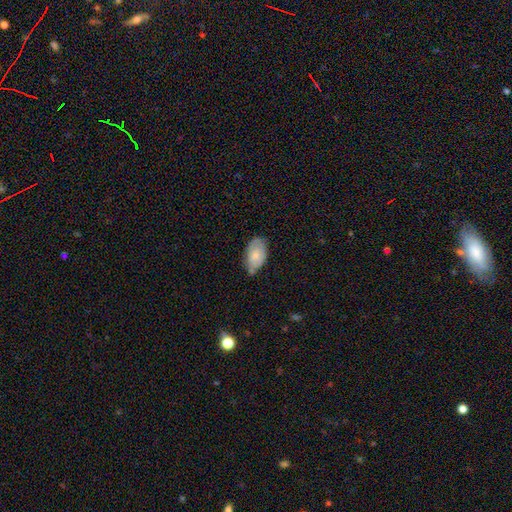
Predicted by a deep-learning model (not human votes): The model was most divided on "merging": none: 56%, minor disturbance: 35%, major disturbance: 6%, merger: 4%. More confident: how rounded — in between (93%); smooth or featured — smooth (73%).